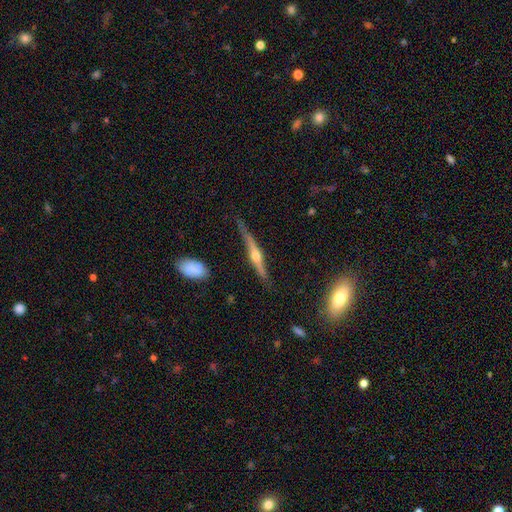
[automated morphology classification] The model was most divided on "merging": none: 79%, minor disturbance: 16%, major disturbance: 3%, merger: 2%. More confident: edge-on disk — yes (97%); edge-on bulge — rounded (94%); smooth or featured — featured or disk (81%).